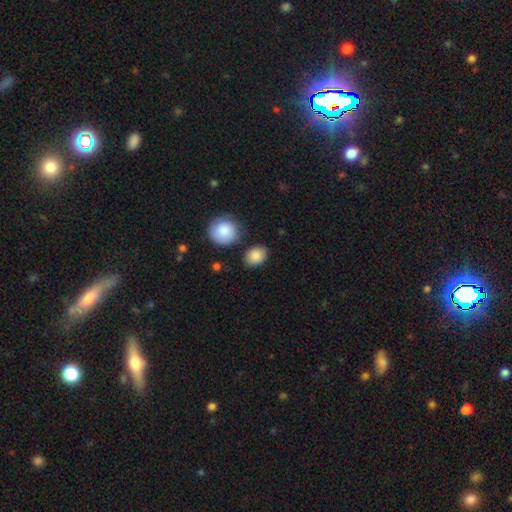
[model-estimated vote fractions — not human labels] This appears to be a smooth galaxy with no disk features (87%) that is in between round and cigar-shaped (67%). Merging: none (77%).